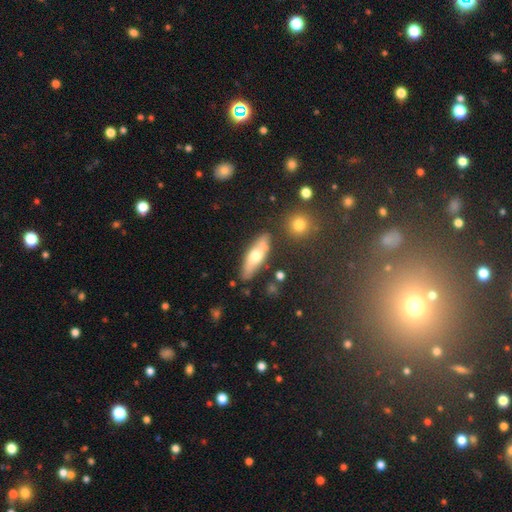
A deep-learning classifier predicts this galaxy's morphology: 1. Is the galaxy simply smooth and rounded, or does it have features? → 52% smooth, 42% featured or disk, 6% star or artifact.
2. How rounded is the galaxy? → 57% in between, 40% cigar-shaped, 3% round.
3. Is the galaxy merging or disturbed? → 75% none, 15% minor disturbance, 7% merger, 4% major disturbance.